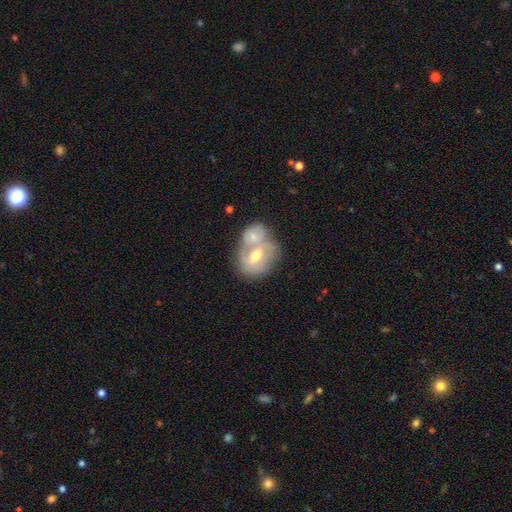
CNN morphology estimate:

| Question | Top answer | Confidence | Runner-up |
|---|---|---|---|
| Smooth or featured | featured or disk | 56% | smooth (36%) |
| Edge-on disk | no | 96% | yes (4%) |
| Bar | no | 56% | weak (34%) |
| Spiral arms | yes | 51% | no (49%) |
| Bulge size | moderate | 72% | small (21%) |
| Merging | merger | 66% | none (22%) |